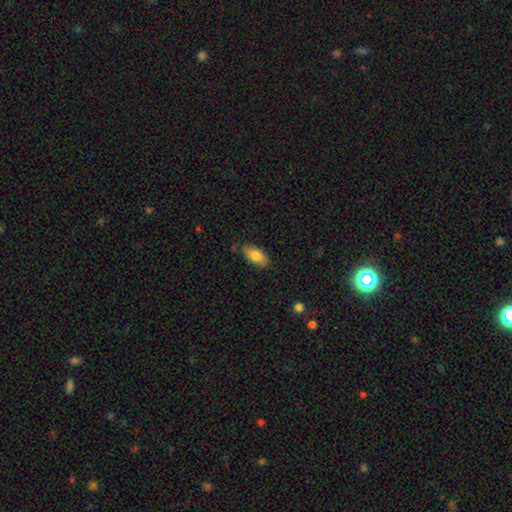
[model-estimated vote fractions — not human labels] Q: Smooth or featured?
A: smooth (81%); runner-up: featured or disk (12%)
Q: How rounded?
A: in between (90%); runner-up: cigar-shaped (7%)
Q: Merging?
A: none (80%); runner-up: minor disturbance (15%)